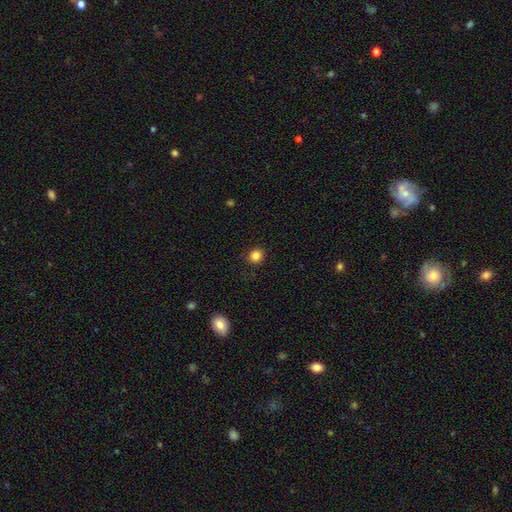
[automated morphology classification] Smooth or featured? smooth (85%)
How rounded? round (86%)
Merging? none (90%)